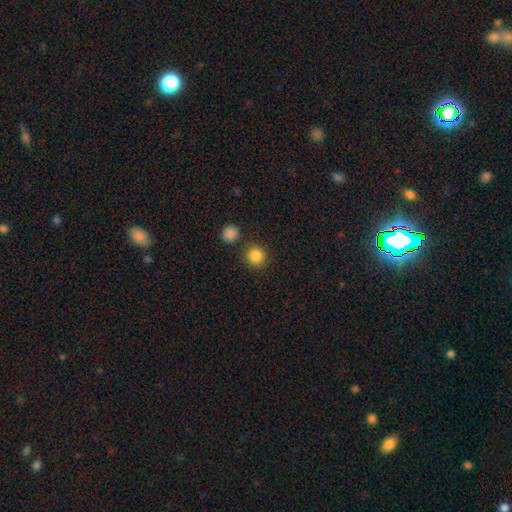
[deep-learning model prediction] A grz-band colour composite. It shows a smooth galaxy with no disk features (86%) that is round (94%). Merging: none (86%).